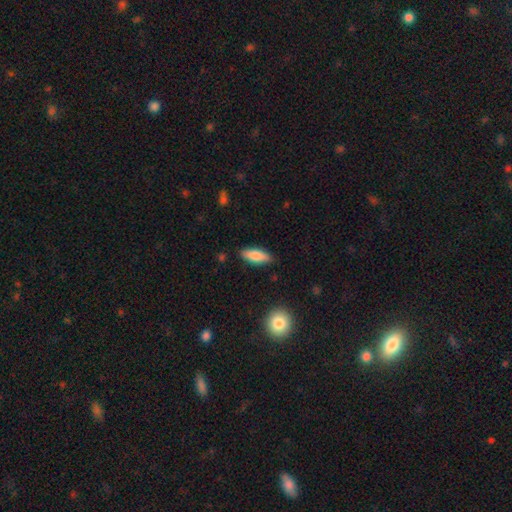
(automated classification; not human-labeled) This appears to be a smooth galaxy with no disk features (80%) that is in between round and cigar-shaped (64%). Merging: none (86%).